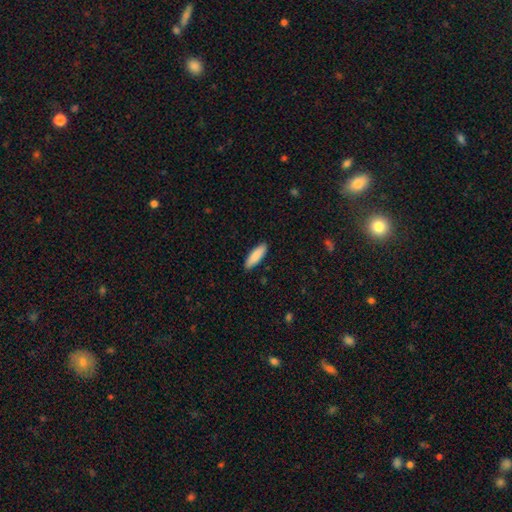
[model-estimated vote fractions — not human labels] Overall: smooth (89%). How rounded: cigar-shaped (50%; in between 49%). Merging: none (90%).